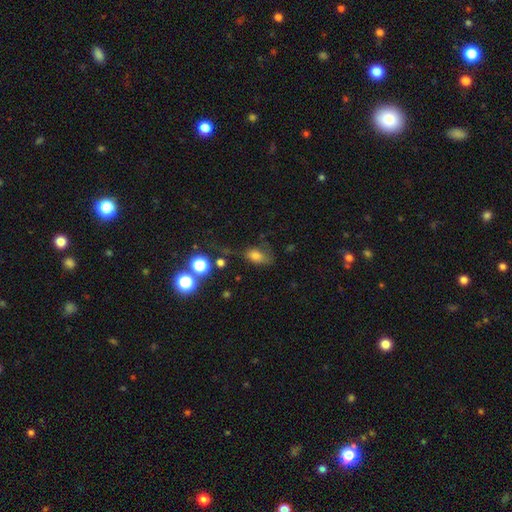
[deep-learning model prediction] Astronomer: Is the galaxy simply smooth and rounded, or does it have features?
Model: smooth — 70%.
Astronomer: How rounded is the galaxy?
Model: in between — 79%.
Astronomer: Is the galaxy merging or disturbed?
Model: none — 45% (runner-up: minor disturbance, 28%).